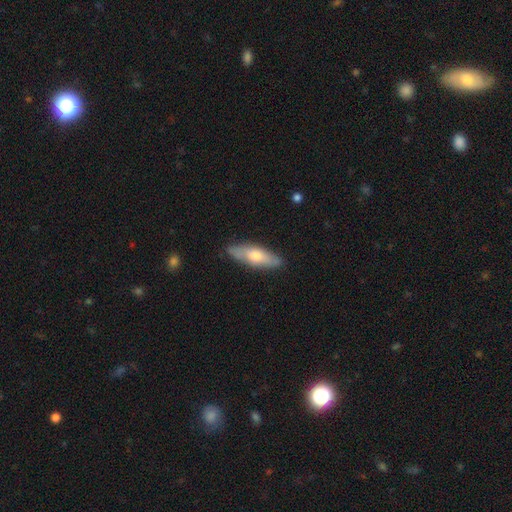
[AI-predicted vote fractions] smooth 55%, featured or disk 39%, star or artifact 6%. Down the decision tree: how rounded — cigar-shaped (50%); merging — none (84%).